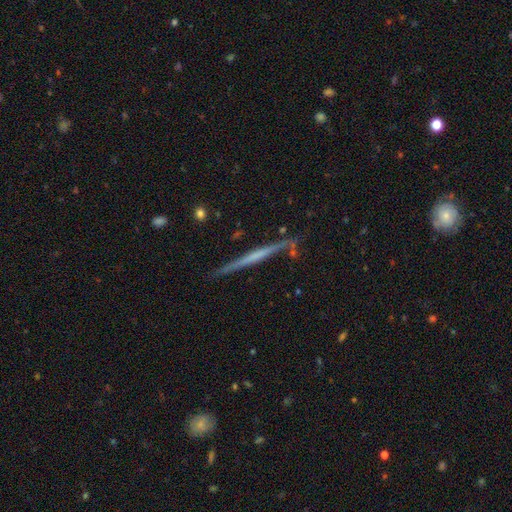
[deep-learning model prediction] smooth_or_featured: featured or disk (p=0.66) [alt: smooth p=0.27]
disk_edge_on: yes (p=0.97) [alt: no p=0.03]
edge_on_bulge: none (p=0.76) [alt: rounded p=0.14]
merging: none (p=0.84) [alt: minor disturbance p=0.11]